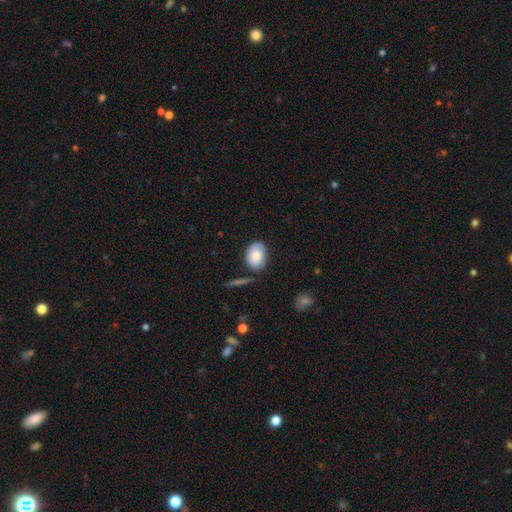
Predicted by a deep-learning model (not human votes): A smooth galaxy with no disk features (78%) that is in between round and cigar-shaped (78%). Merging: none (73%).